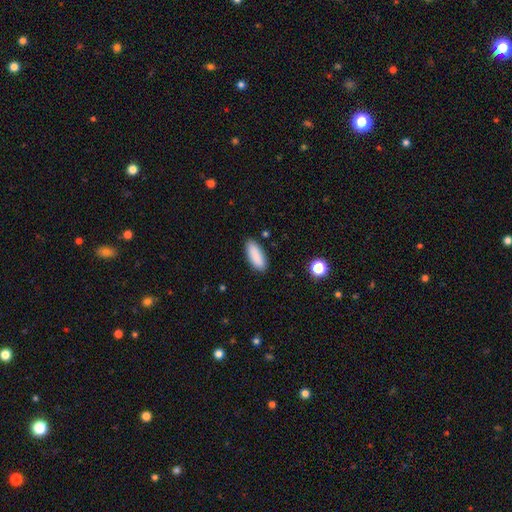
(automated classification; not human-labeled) smooth-or-featured: smooth: 89% | star or artifact: 7% | featured or disk: 5%
  how-rounded: in between: 76% | cigar-shaped: 22% | round: 2%
  merging: none: 87% | minor disturbance: 10% | major disturbance: 2% | merger: 1%